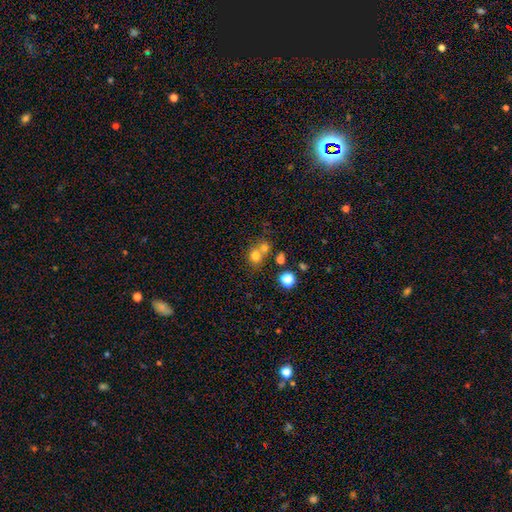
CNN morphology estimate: Smooth or featured? Predicted: smooth (p=0.72). How rounded? Predicted: round (p=0.80). Merging? Predicted: merger (p=0.46).